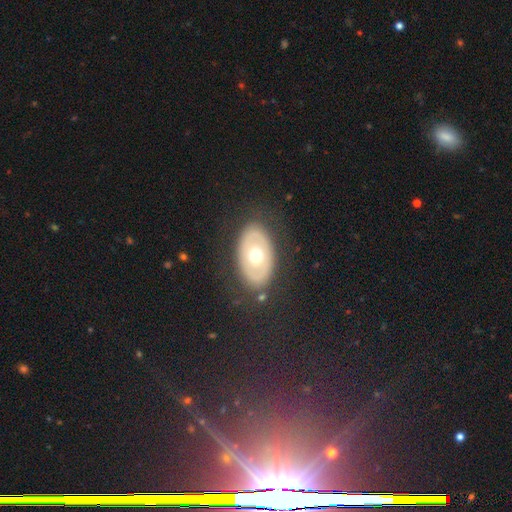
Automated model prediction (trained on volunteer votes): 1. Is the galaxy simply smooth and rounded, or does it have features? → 49% featured or disk, 45% smooth, 6% star or artifact.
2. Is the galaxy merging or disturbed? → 83% none, 11% minor disturbance, 5% major disturbance, 2% merger.